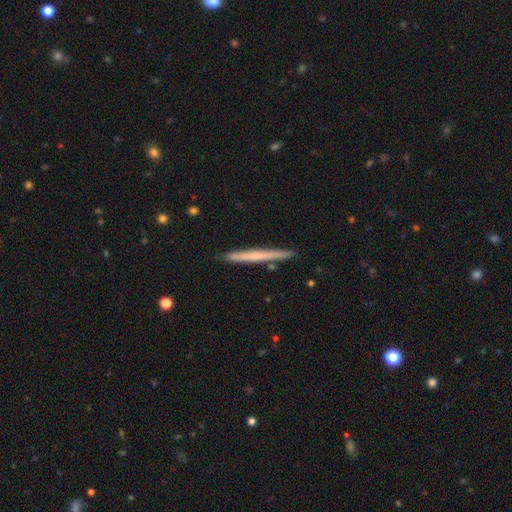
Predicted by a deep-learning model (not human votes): The model was most divided on "smooth or featured": smooth: 49%, featured or disk: 45%, star or artifact: 6%. More confident: merging — none (90%).